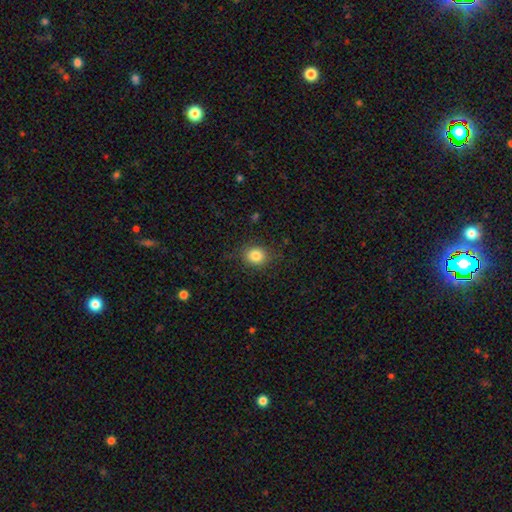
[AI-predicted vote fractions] Smooth or featured: smooth — 83% (star or artifact — 11%)
How rounded: round — 73% (in between — 26%)
Merging: none — 84% (minor disturbance — 11%)